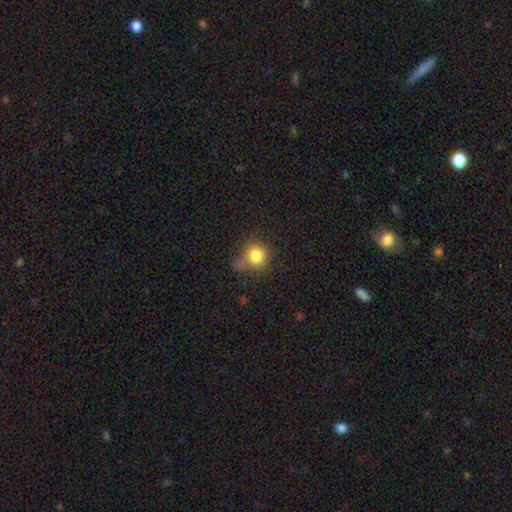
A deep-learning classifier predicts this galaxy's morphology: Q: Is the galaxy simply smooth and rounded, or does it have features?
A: smooth — 83%.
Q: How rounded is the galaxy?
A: round — 88%.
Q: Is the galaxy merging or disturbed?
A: none — 59%.